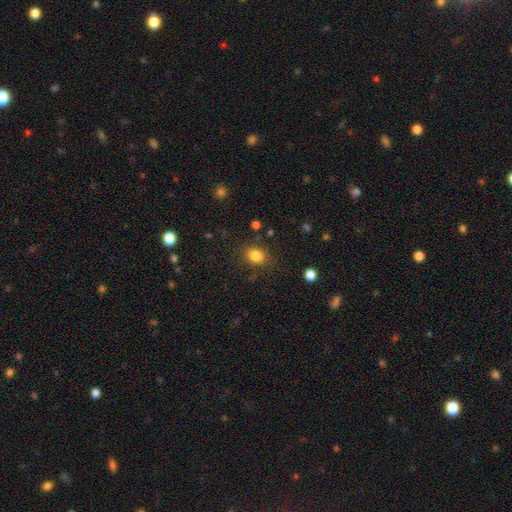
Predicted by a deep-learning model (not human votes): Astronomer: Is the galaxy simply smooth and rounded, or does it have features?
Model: smooth — 83%.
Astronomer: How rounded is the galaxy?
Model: round — 52% (runner-up: in between, 47%).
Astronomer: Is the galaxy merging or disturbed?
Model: none — 80%.